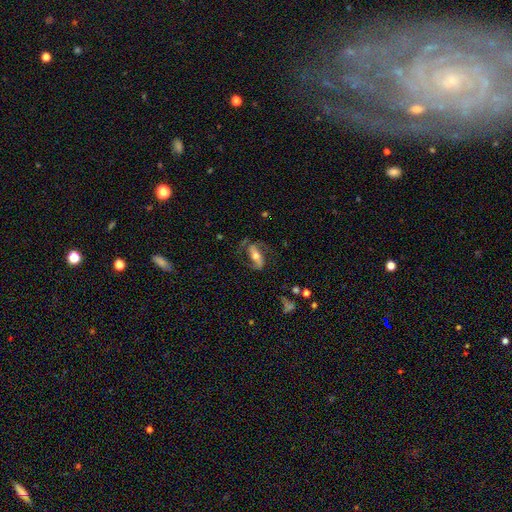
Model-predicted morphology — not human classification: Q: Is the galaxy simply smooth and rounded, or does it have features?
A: featured or disk — 75%.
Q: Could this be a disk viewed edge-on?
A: no — 89%.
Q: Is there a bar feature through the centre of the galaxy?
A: strong — 52%.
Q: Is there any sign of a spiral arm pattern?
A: yes — 90%.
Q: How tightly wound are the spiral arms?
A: medium — 45%.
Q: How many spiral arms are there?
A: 2 — 88%.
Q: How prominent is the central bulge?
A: moderate — 63%.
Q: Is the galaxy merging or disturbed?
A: none — 67%.